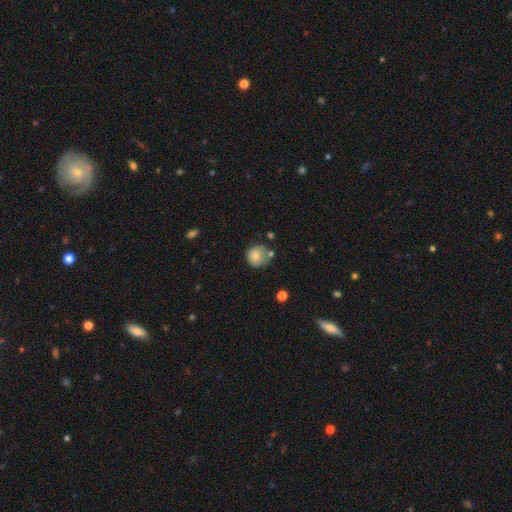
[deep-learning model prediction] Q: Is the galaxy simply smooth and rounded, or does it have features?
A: smooth — 75%.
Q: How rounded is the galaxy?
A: round — 83%.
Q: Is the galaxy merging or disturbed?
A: none — 52%.